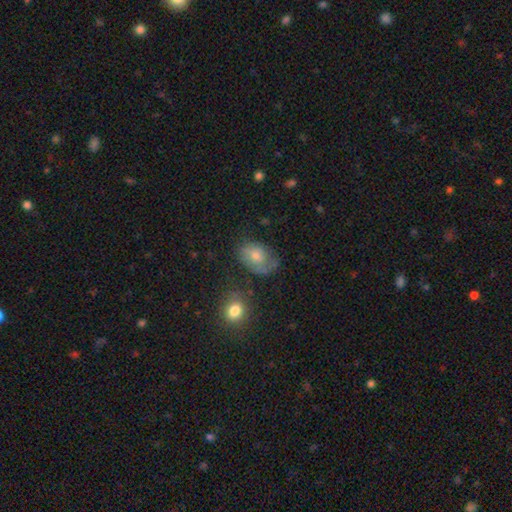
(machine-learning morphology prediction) Smooth or featured?
  - smooth: 53% *
  - featured or disk: 36%
  - star or artifact: 12%
How rounded?
  - in between: 75% *
  - round: 24%
  - cigar-shaped: 1%
Merging?
  - none: 53% *
  - minor disturbance: 28%
  - major disturbance: 16%
  - merger: 3%